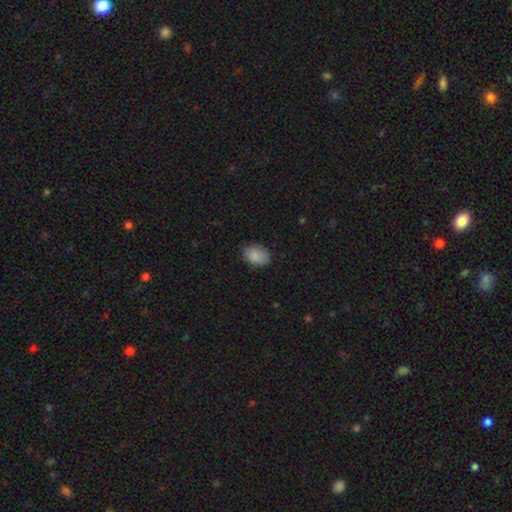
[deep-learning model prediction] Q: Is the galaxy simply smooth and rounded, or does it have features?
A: smooth — 87%.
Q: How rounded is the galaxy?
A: in between — 80%.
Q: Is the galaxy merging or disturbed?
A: none — 81%.